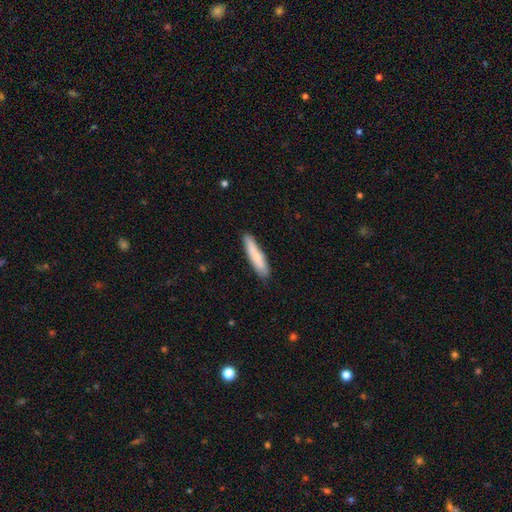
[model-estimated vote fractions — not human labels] Morphology: type=smooth (75%); roundness=cigar-shaped (87%); merging=none (85%).